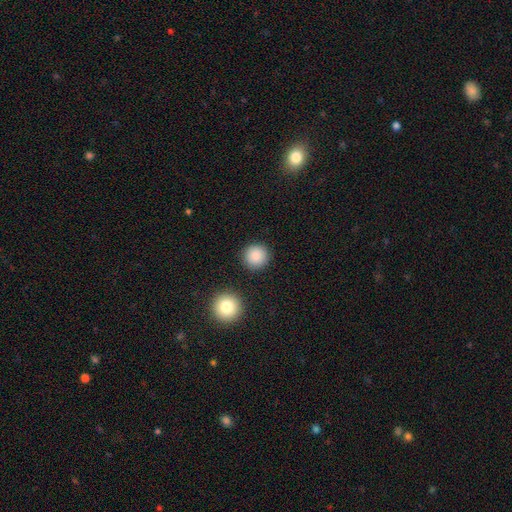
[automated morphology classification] A smooth galaxy with no disk features (87%) that is round (95%). Merging: none (89%).